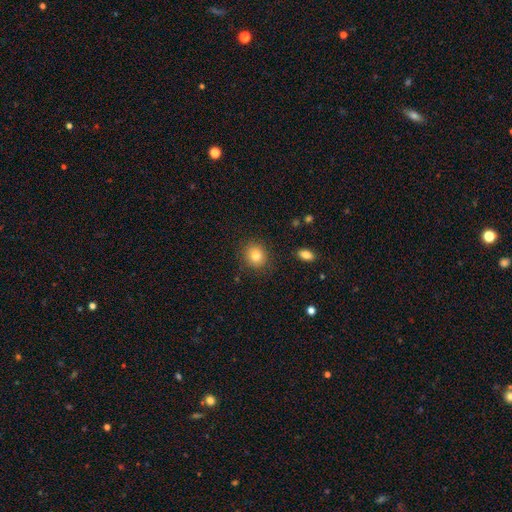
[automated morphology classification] Overall: smooth (82%). How rounded: round (82%). Merging: none (87%).